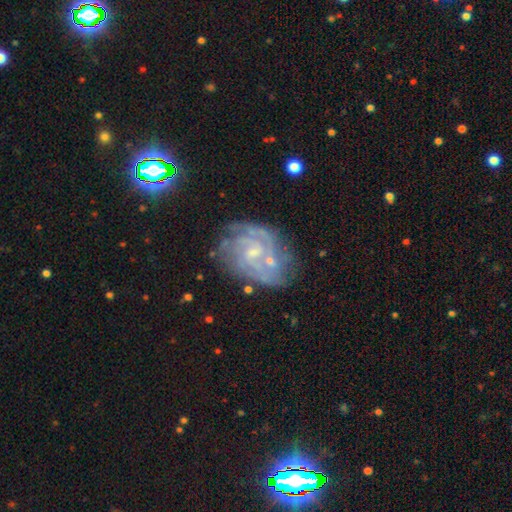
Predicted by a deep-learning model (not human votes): A featured or disk galaxy (68%) with no bar (59%), tight (59%) spiral arms (88%) and a small central bulge (70%).

Vote fractions:
- Smooth or featured? featured or disk: 68% / star or artifact: 19% / smooth: 14%
- Edge-on disk? no: 97% / yes: 3%
- Bar? no: 59% / weak: 33% / strong: 8%
- Spiral arms? yes: 88% / no: 12%
- Spiral winding? tight: 59% / medium: 31% / loose: 10%
- Spiral arm count? can't tell: 41% / 3: 16% / 4: 14% / 2: 14% / more than 4: 9% / 1: 7%
- Bulge size? small: 70% / moderate: 21% / none: 5% / large: 1% / dominant: 1%
- Merging? none: 70% / minor disturbance: 16% / major disturbance: 8% / merger: 6%